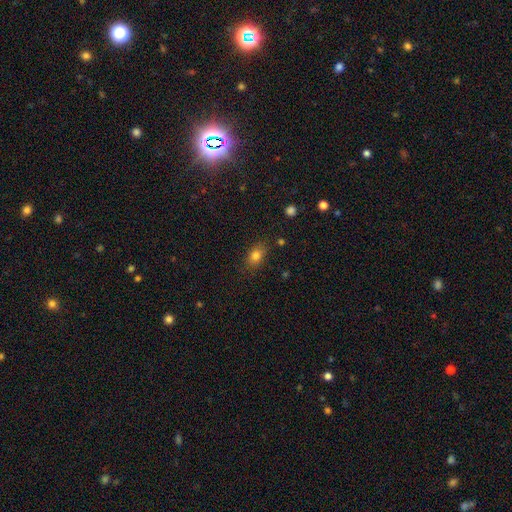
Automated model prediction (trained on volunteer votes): Smooth or featured? Predicted: smooth (p=0.79). How rounded? Predicted: in between (p=0.75). Merging? Predicted: none (p=0.80).